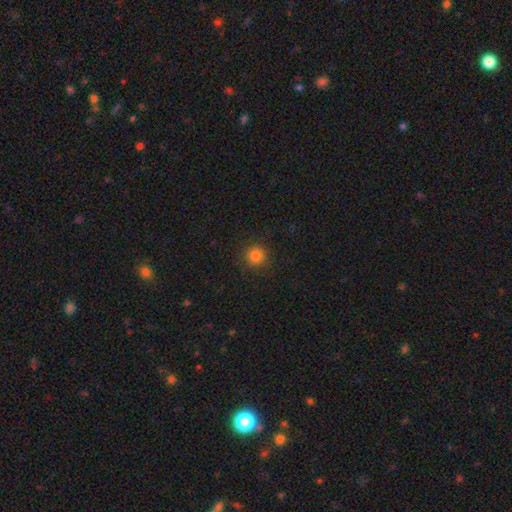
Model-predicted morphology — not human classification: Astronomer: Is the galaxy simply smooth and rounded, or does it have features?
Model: smooth — 82%.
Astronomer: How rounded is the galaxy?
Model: round — 94%.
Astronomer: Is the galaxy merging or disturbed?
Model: none — 90%.